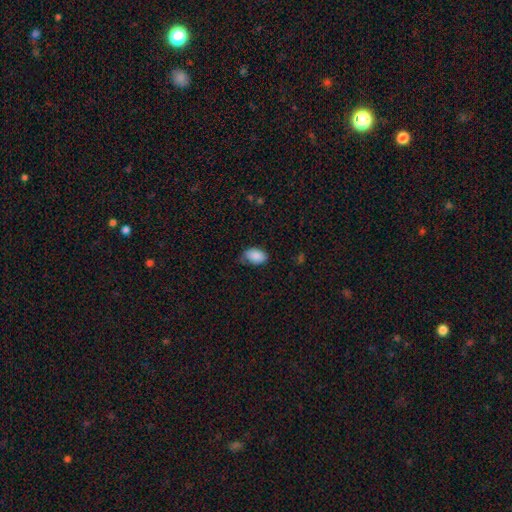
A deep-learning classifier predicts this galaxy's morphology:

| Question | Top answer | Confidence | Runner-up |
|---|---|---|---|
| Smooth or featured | smooth | 88% | star or artifact (7%) |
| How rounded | in between | 91% | round (8%) |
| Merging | none | 62% | minor disturbance (31%) |